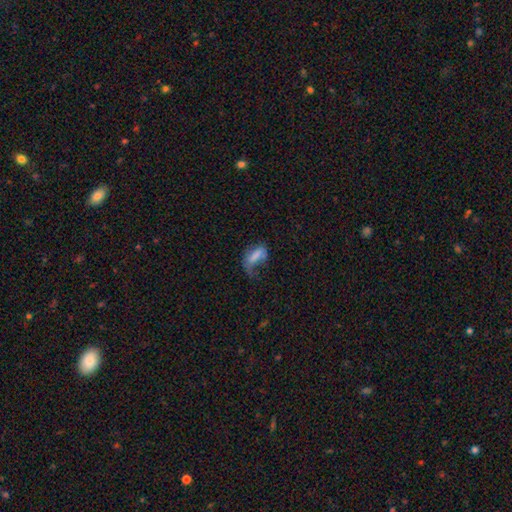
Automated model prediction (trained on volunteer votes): This is likely a smooth galaxy (64%). How rounded: likely in between (79%). Merging: possibly major disturbance (46%).